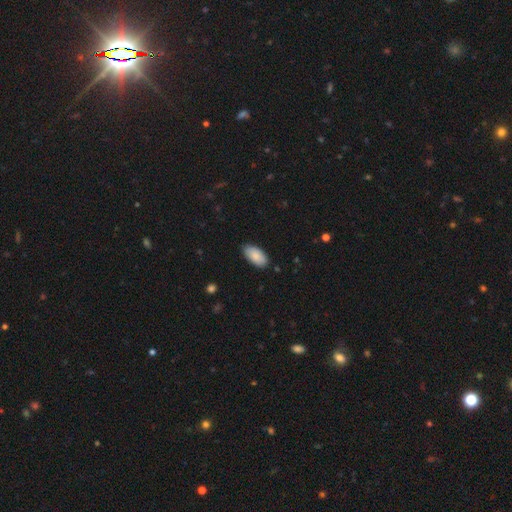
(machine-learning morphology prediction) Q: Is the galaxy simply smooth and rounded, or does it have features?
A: smooth — 88%.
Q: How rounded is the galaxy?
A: in between — 95%.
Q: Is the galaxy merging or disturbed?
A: none — 85%.